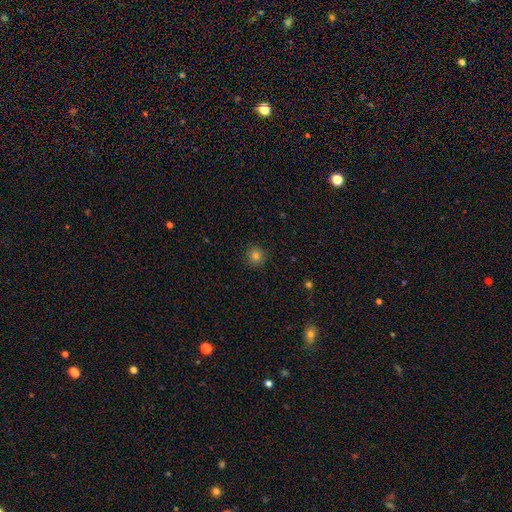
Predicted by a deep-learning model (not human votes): This appears to be a smooth galaxy with no disk features (80%) that is round (93%). Merging: none (89%).